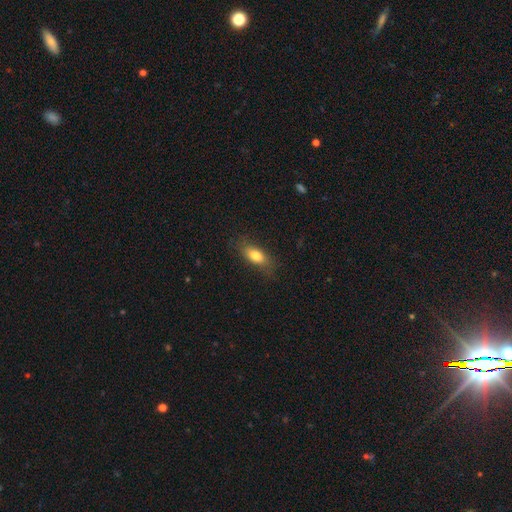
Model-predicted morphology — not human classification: Smooth or featured: smooth — 79% (featured or disk — 14%)
How rounded: in between — 79% (cigar-shaped — 15%)
Merging: none — 78% (minor disturbance — 16%)